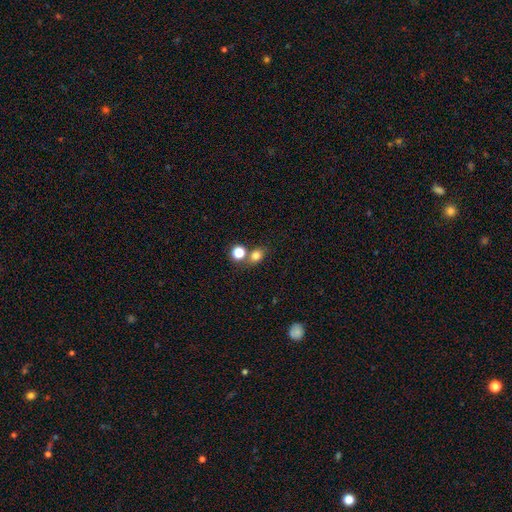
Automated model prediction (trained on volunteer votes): Q: Smooth or featured?
A: smooth (77%); runner-up: star or artifact (15%)
Q: How rounded?
A: round (56%); runner-up: in between (43%)
Q: Merging?
A: none (60%); runner-up: merger (25%)